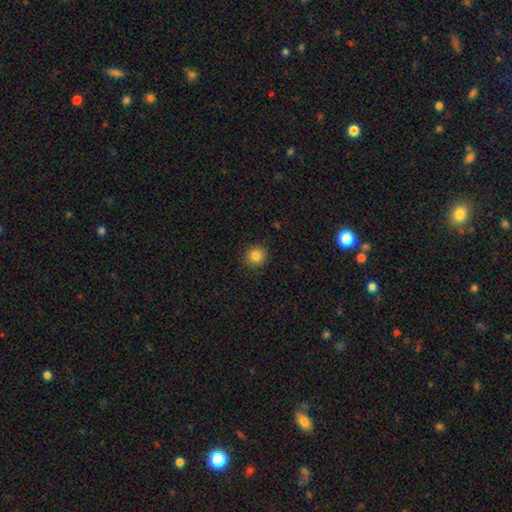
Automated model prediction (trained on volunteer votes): The model was most divided on "smooth or featured": smooth: 84%, star or artifact: 11%, featured or disk: 5%. More confident: how rounded — round (92%); merging — none (91%).